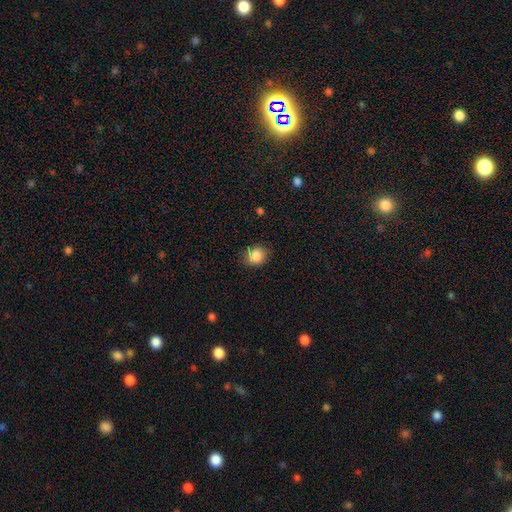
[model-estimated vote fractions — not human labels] This is clearly a smooth galaxy (86%). How rounded: possibly round (56%). Merging: clearly none (83%).